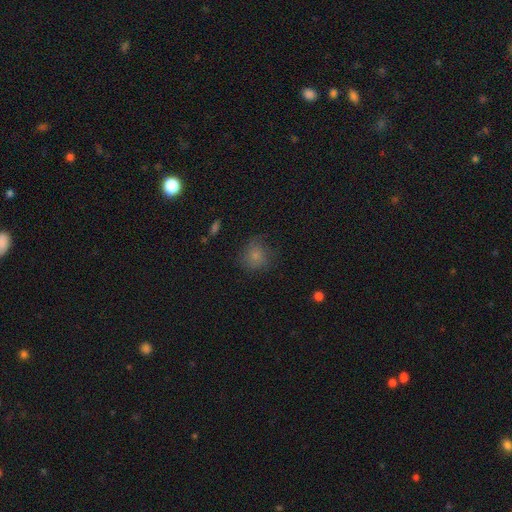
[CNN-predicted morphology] smooth-or-featured: smooth: 76% | star or artifact: 12% | featured or disk: 12%
  how-rounded: round: 82% | in between: 17% | cigar-shaped: 1%
  merging: none: 63% | minor disturbance: 24% | major disturbance: 12% | merger: 2%